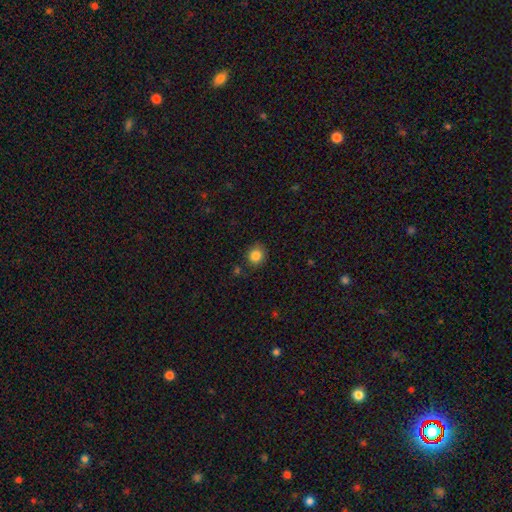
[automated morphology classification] Smooth or featured: smooth — 85% (star or artifact — 11%)
How rounded: round — 85% (in between — 15%)
Merging: none — 84% (minor disturbance — 11%)